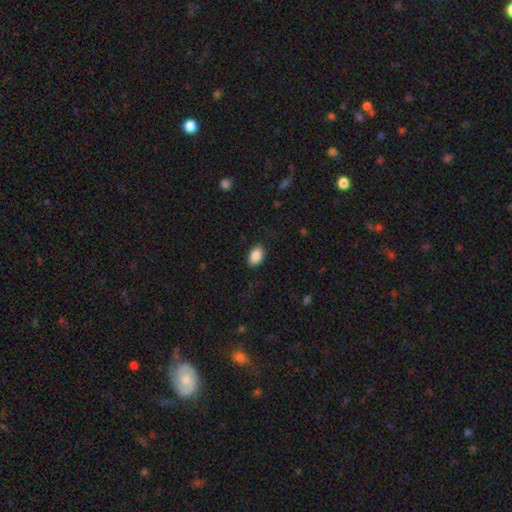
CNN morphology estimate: Overall: smooth (89%). How rounded: in between (88%). Merging: none (87%).